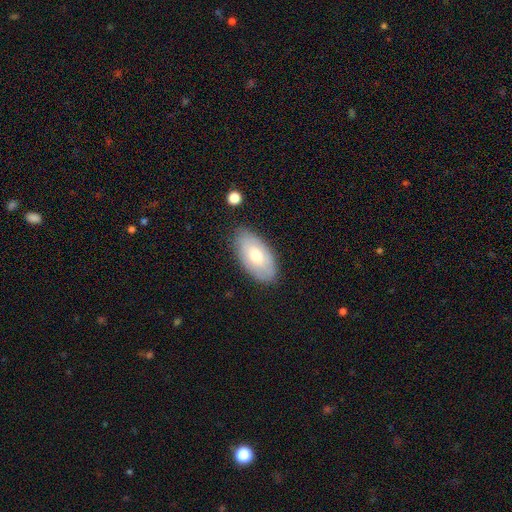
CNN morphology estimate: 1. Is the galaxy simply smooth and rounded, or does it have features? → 63% smooth, 31% featured or disk, 6% star or artifact.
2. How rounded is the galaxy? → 94% in between, 3% round, 3% cigar-shaped.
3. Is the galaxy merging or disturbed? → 81% none, 14% minor disturbance, 3% major disturbance, 2% merger.